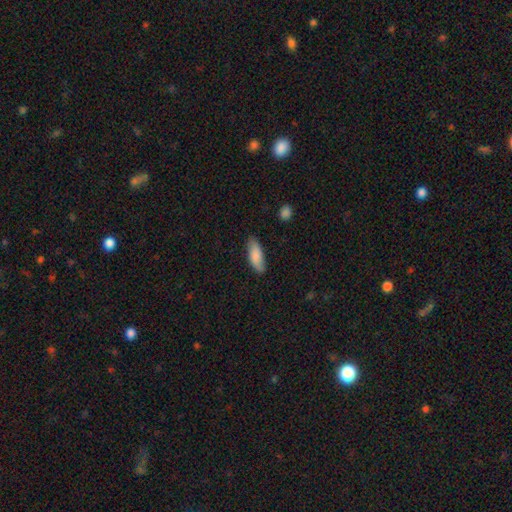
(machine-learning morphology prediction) A smooth galaxy with no disk features (84%) that is in between round and cigar-shaped (73%). Merging: none (80%).